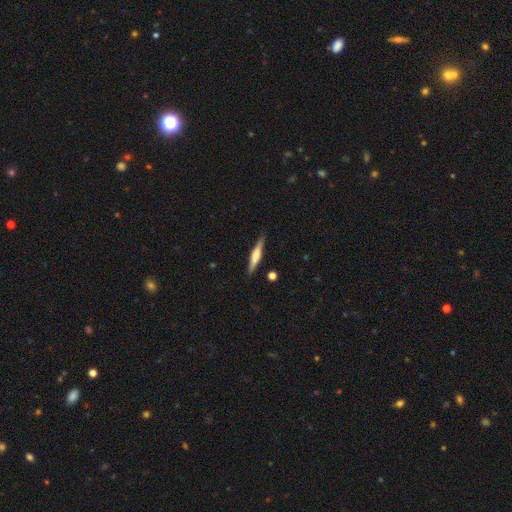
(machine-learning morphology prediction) smooth-or-featured: featured or disk: 48% | smooth: 45% | star or artifact: 6%
  merging: none: 86% | minor disturbance: 10% | major disturbance: 2% | merger: 2%